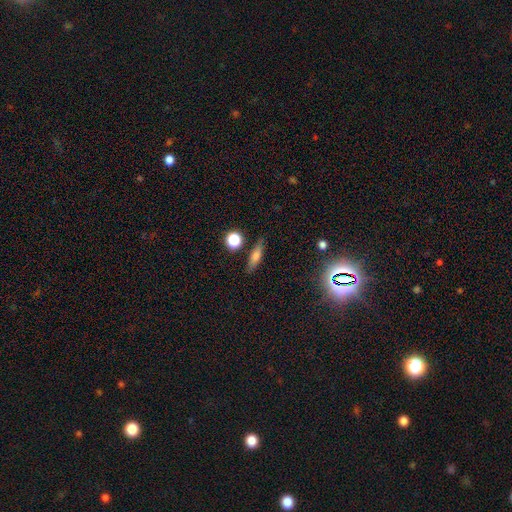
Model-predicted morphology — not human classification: A smooth galaxy with no disk features (57%) that is cigar-shaped (62%).

Vote fractions:
- Smooth or featured? smooth: 57% / featured or disk: 29% / star or artifact: 14%
- How rounded? cigar-shaped: 62% / in between: 30% / round: 7%
- Merging? none: 84% / minor disturbance: 10% / merger: 3% / major disturbance: 3%